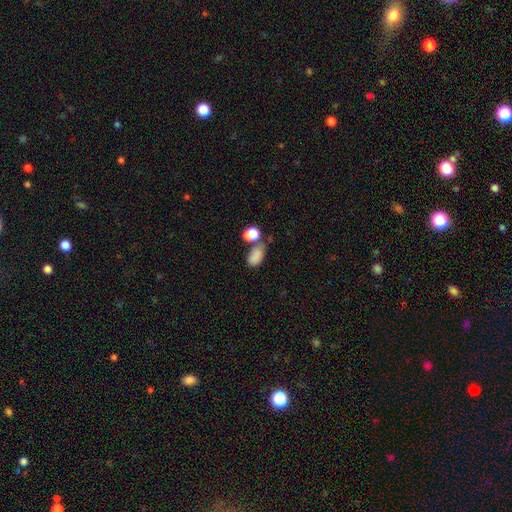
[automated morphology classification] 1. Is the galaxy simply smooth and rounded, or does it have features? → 80% smooth, 12% star or artifact, 9% featured or disk.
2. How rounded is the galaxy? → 87% in between, 11% round, 2% cigar-shaped.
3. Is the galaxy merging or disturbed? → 41% none, 33% merger, 16% minor disturbance, 10% major disturbance.